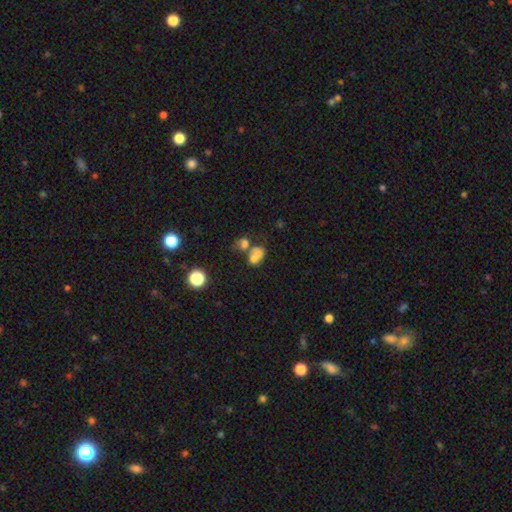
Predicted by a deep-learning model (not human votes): Smooth or featured: smooth — 64% (featured or disk — 21%)
How rounded: in between — 60% (round — 39%)
Merging: merger — 61% (none — 21%)